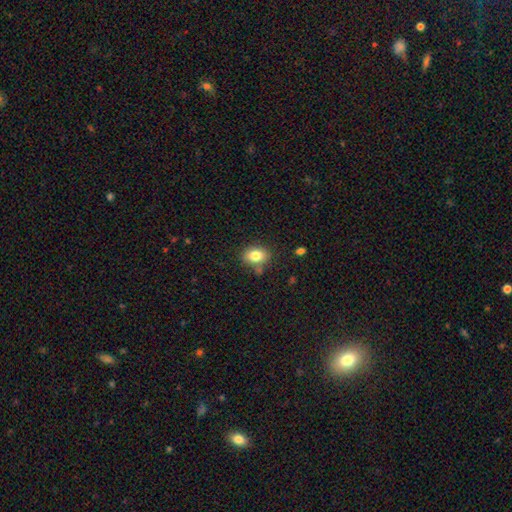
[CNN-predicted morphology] A smooth galaxy with no disk features (82%) that is in between round and cigar-shaped (73%).

Vote fractions:
- Smooth or featured? smooth: 82% / featured or disk: 9% / star or artifact: 9%
- How rounded? in between: 73% / round: 26% / cigar-shaped: 1%
- Merging? none: 76% / minor disturbance: 15% / merger: 6% / major disturbance: 4%